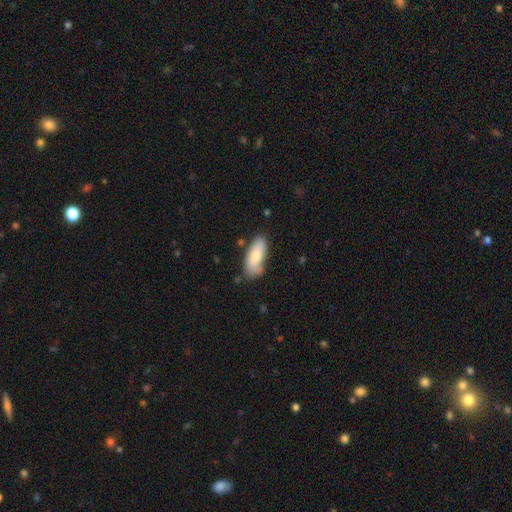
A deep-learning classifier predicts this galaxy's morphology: A smooth galaxy with no disk features (79%) that is in between round and cigar-shaped (81%).

Vote fractions:
- Smooth or featured? smooth: 79% / featured or disk: 15% / star or artifact: 6%
- How rounded? in between: 81% / cigar-shaped: 17% / round: 2%
- Merging? none: 70% / minor disturbance: 21% / merger: 5% / major disturbance: 4%